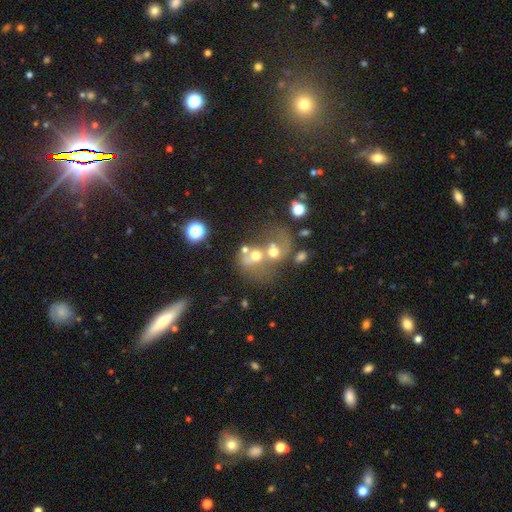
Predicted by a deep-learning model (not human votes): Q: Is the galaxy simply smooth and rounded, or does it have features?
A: smooth — 49%.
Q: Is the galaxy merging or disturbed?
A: merger — 66%.